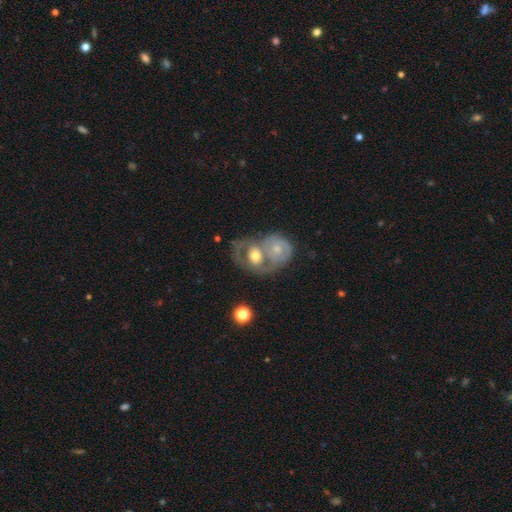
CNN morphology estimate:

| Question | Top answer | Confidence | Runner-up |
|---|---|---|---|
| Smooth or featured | featured or disk | 63% | smooth (30%) |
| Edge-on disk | no | 96% | yes (4%) |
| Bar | no | 72% | weak (22%) |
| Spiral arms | yes | 61% | no (39%) |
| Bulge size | moderate | 62% | small (21%) |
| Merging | merger | 58% | none (25%) |